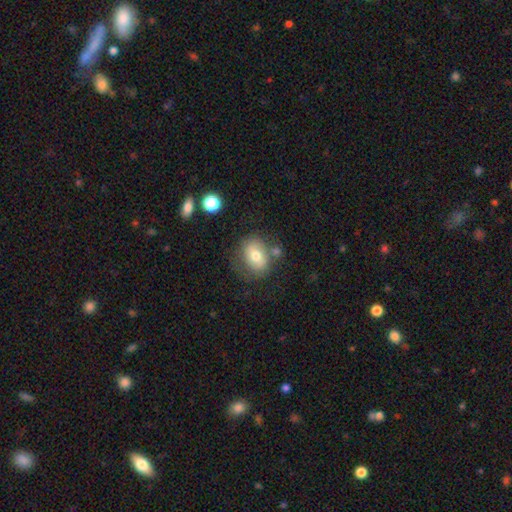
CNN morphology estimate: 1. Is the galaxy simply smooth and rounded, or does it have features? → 66% smooth, 25% featured or disk, 9% star or artifact.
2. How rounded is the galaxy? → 59% in between, 40% round, 1% cigar-shaped.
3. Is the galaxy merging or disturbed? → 62% none, 19% minor disturbance, 11% merger, 8% major disturbance.